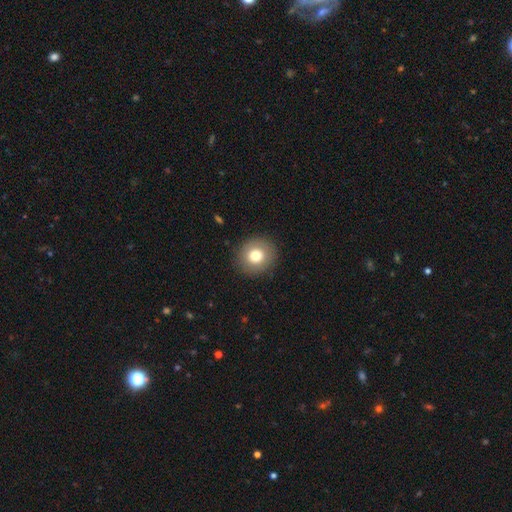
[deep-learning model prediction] The model was most divided on "smooth or featured": smooth: 77%, featured or disk: 14%, star or artifact: 10%. More confident: merging — none (90%); how rounded — round (89%).